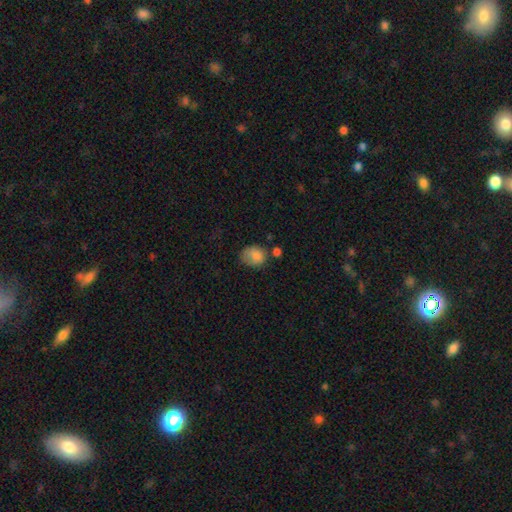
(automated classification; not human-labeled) A smooth galaxy with no disk features (82%) that is round (54%). Merging: none (48%).